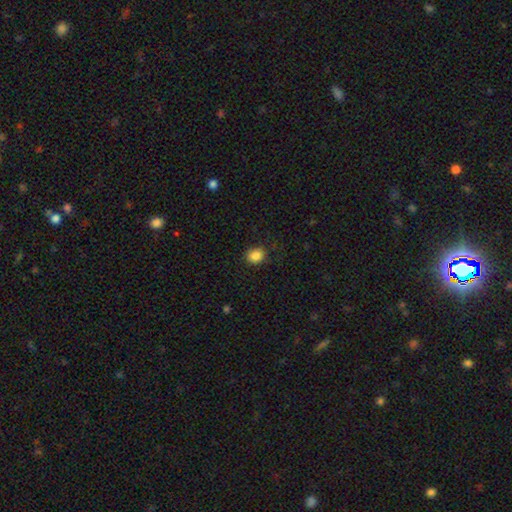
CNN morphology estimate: Smooth or featured? Predicted: smooth (p=0.87). How rounded? Predicted: round (p=0.67). Merging? Predicted: none (p=0.85).